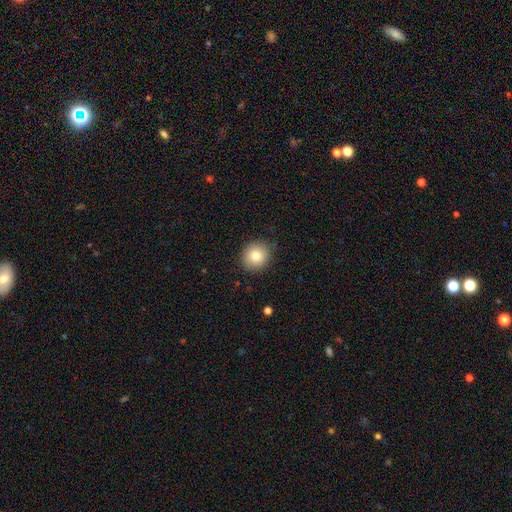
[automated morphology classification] A smooth galaxy with no disk features (81%) that is round (87%).

Vote fractions:
- Smooth or featured? smooth: 81% / star or artifact: 10% / featured or disk: 9%
- How rounded? round: 87% / in between: 12% / cigar-shaped: 1%
- Merging? none: 87% / minor disturbance: 9% / major disturbance: 2% / merger: 1%